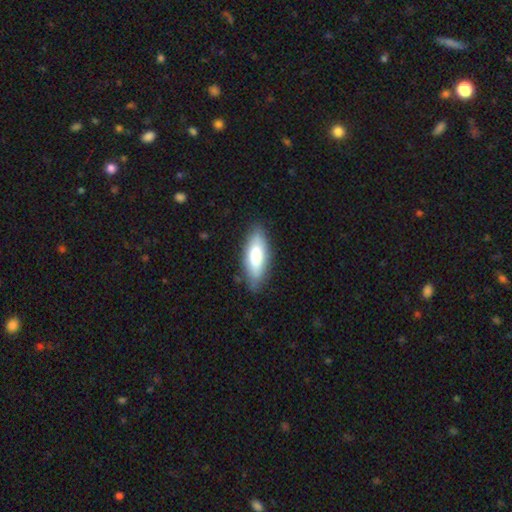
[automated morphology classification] Smooth or featured? Predicted: smooth (p=0.74). How rounded? Predicted: in between (p=0.67). Merging? Predicted: none (p=0.81).